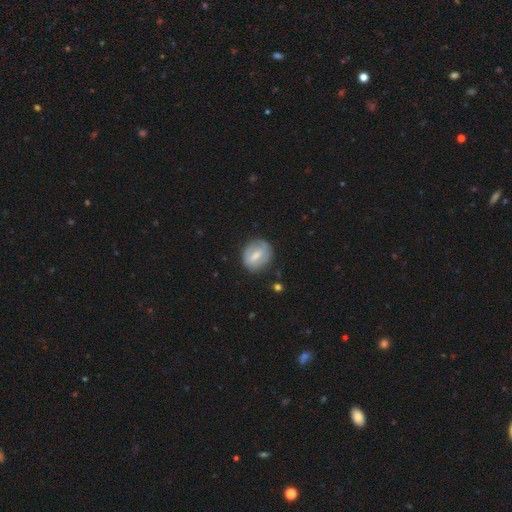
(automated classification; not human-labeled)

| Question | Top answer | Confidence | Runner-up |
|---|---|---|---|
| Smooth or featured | smooth | 48% | featured or disk (45%) |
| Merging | none | 75% | minor disturbance (18%) |